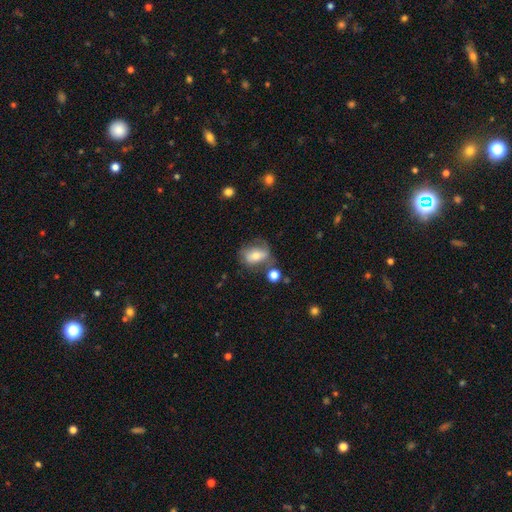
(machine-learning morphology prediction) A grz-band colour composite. It shows a smooth galaxy with no disk features (58%) that is in between round and cigar-shaped (72%). Merging: none (45%).